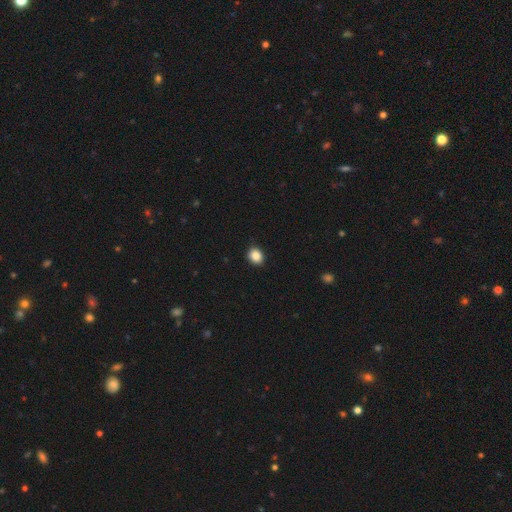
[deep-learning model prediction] smooth_or_featured: smooth (p=0.87) [alt: star or artifact p=0.09]
how_rounded: round (p=0.53) [alt: in between p=0.46]
merging: none (p=0.88) [alt: minor disturbance p=0.09]